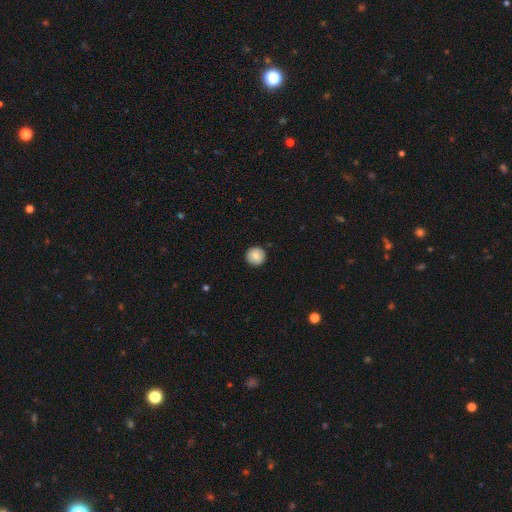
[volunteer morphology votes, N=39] Overall: smooth (87%). How rounded: round (88%). Merging: none (92%).